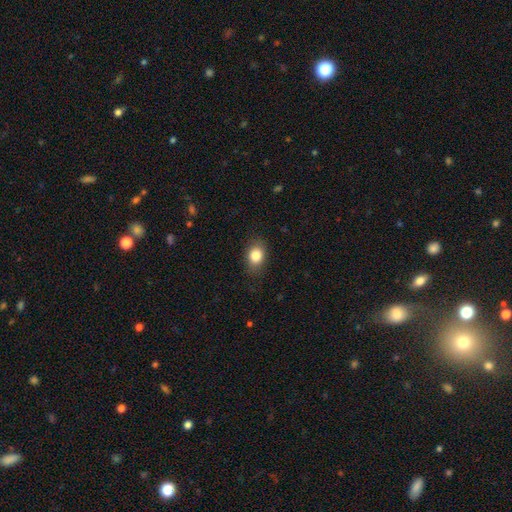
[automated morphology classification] This appears to be a smooth galaxy with no disk features (84%) that is in between round and cigar-shaped (62%). Merging: none (81%).